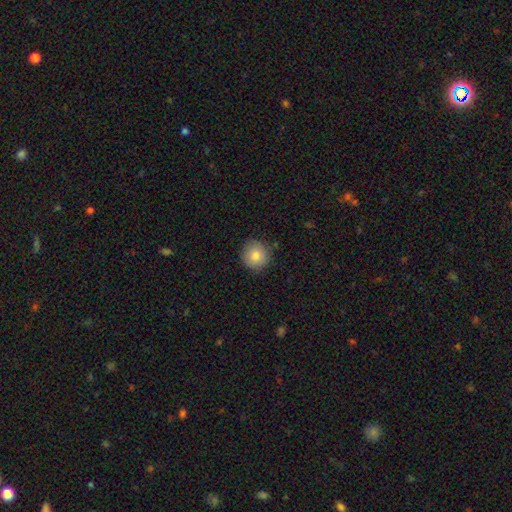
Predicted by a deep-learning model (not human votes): Morphology: type=smooth (83%); roundness=round (93%); merging=none (86%).